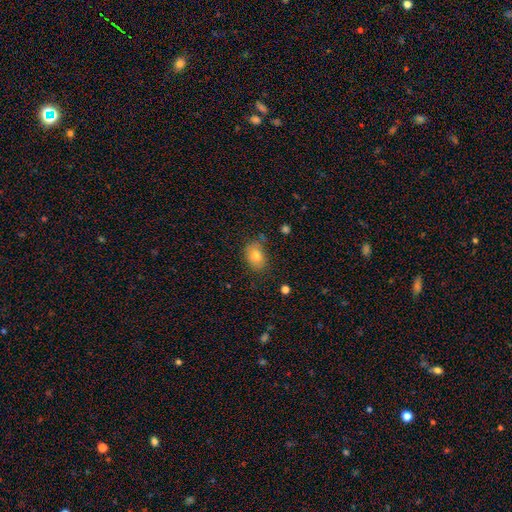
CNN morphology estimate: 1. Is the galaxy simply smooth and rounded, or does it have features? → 79% smooth, 11% featured or disk, 10% star or artifact.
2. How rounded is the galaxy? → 73% in between, 26% round, 1% cigar-shaped.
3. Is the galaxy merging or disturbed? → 74% none, 19% minor disturbance, 4% major disturbance, 3% merger.